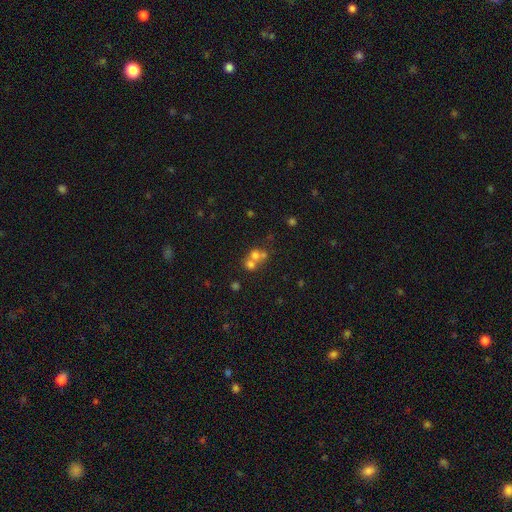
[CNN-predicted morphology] smooth-or-featured: smooth: 61% | featured or disk: 22% | star or artifact: 17%
  how-rounded: round: 78% | in between: 21% | cigar-shaped: 1%
  merging: merger: 61% | none: 30% | minor disturbance: 6% | major disturbance: 4%